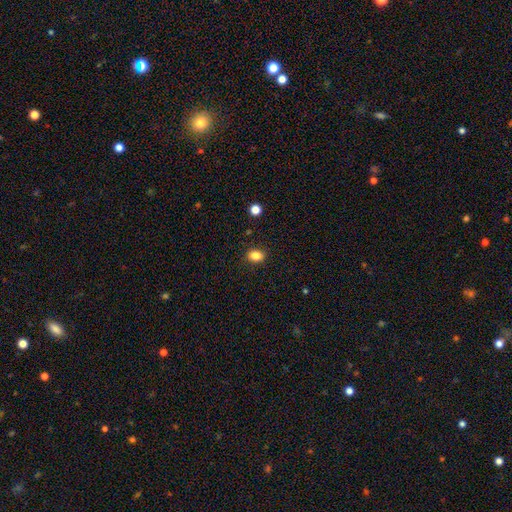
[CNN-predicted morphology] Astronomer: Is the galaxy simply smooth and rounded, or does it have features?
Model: smooth — 85%.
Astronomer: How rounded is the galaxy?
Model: in between — 70%.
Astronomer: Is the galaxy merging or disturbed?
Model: none — 88%.